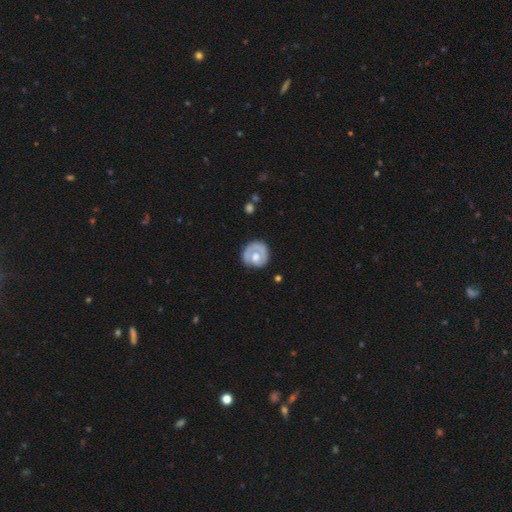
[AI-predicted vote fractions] Smooth or featured?
  - featured or disk: 53% *
  - smooth: 42%
  - star or artifact: 5%
Edge-on disk?
  - no: 97% *
  - yes: 3%
Bar?
  - no: 80% *
  - weak: 17%
  - strong: 3%
Spiral arms?
  - yes: 53% *
  - no: 47%
Bulge size?
  - moderate: 62% *
  - large: 19%
  - small: 13%
  - none: 4%
  - dominant: 2%
Merging?
  - none: 66% *
  - minor disturbance: 22%
  - major disturbance: 10%
  - merger: 2%